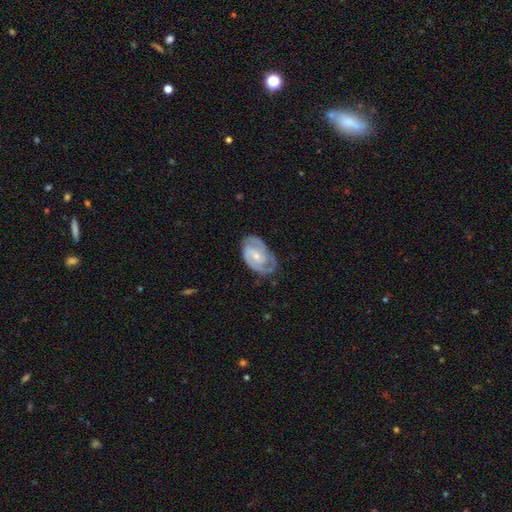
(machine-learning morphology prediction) smooth-or-featured: featured or disk: 84% | smooth: 11% | star or artifact: 5%
  disk-edge-on: no: 97% | yes: 3%
    bar: weak: 45% | no: 43% | strong: 12%
    has-spiral-arms: yes: 95% | no: 5%
      spiral-winding: tight: 48% | medium: 43% | loose: 9%
      spiral-arm-count: 2: 69% | 3: 14% | can't tell: 10% | 1: 3% | 4: 2% | more than 4: 2%
    bulge-size: small: 58% | moderate: 37% | none: 3% | large: 1% | dominant: 1%
  merging: none: 70% | minor disturbance: 22% | major disturbance: 7% | merger: 1%